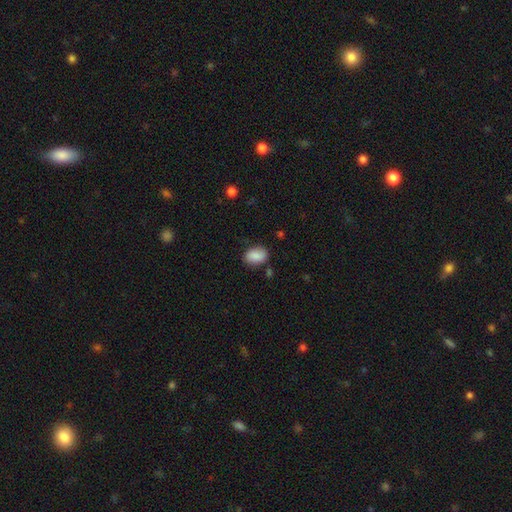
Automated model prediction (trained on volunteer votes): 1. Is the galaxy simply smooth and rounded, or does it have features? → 86% smooth, 8% star or artifact, 6% featured or disk.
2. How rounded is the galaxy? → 83% in between, 16% round, 1% cigar-shaped.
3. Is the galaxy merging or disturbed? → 79% none, 15% minor disturbance, 4% major disturbance, 3% merger.